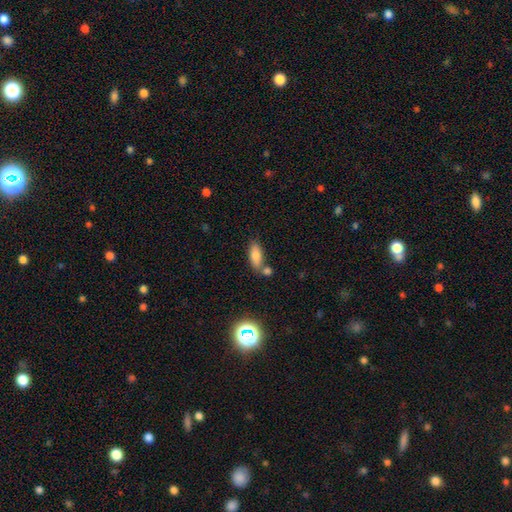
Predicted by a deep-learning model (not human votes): The model was most divided on "merging": none: 55%, merger: 27%, minor disturbance: 14%, major disturbance: 4%. More confident: smooth or featured — smooth (80%); how rounded — in between (77%).